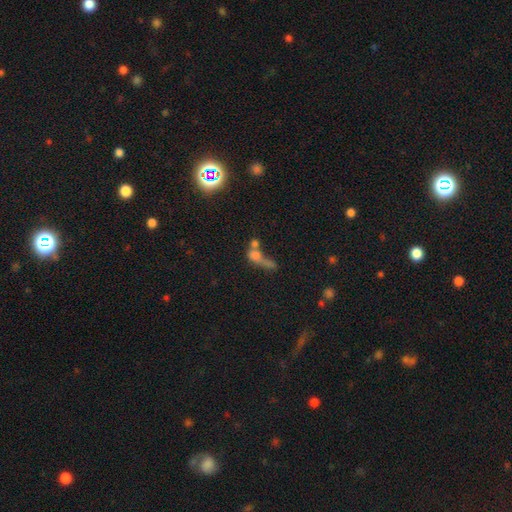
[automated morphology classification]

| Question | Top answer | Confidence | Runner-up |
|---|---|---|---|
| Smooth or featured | smooth | 52% | featured or disk (26%) |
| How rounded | in between | 47% | cigar-shaped (27%) |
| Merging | merger | 48% | none (21%) |